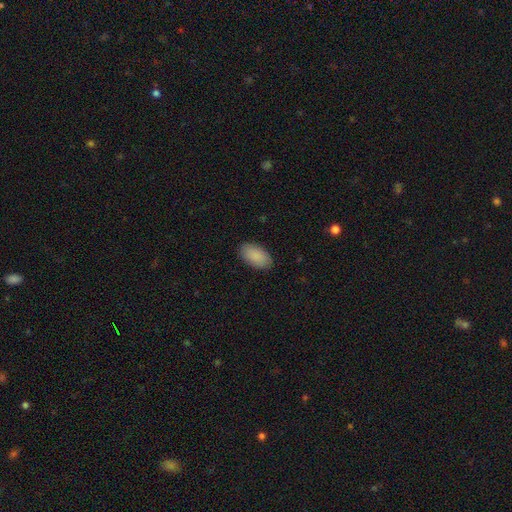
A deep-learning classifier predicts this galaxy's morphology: type=smooth (90%); roundness=in between (95%); merging=none (88%).